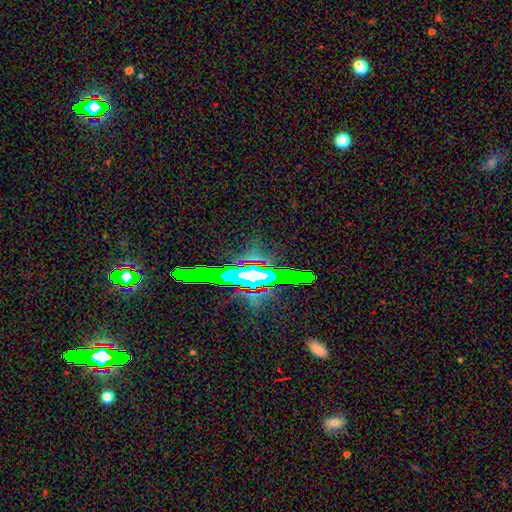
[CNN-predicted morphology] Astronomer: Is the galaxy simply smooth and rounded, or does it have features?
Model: star or artifact — 47% (runner-up: featured or disk, 35%).